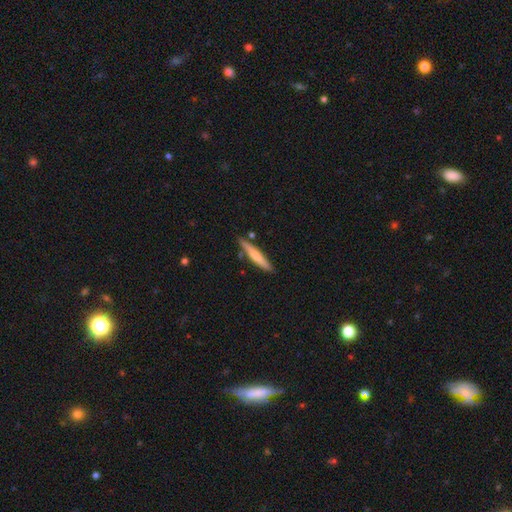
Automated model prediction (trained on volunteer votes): smooth_or_featured: smooth (p=0.61) [alt: featured or disk p=0.34]
how_rounded: cigar-shaped (p=0.92) [alt: in between p=0.06]
merging: none (p=0.81) [alt: minor disturbance p=0.12]